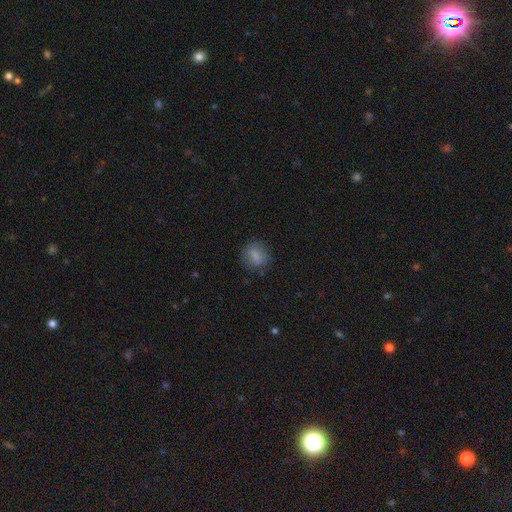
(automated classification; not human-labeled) Smooth or featured?
  - smooth: 81% *
  - featured or disk: 10%
  - star or artifact: 9%
How rounded?
  - round: 66% *
  - in between: 33%
  - cigar-shaped: 1%
Merging?
  - none: 78% *
  - minor disturbance: 16%
  - major disturbance: 5%
  - merger: 1%